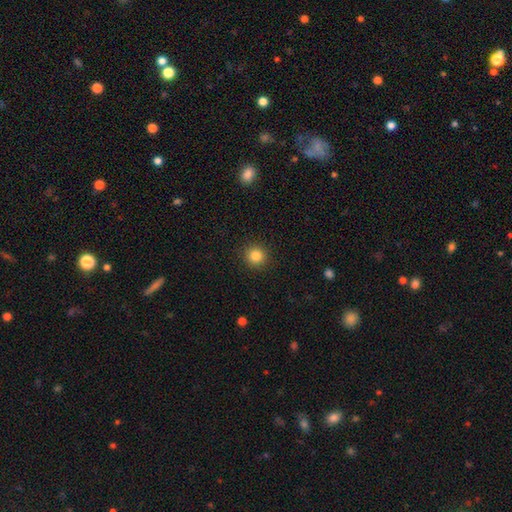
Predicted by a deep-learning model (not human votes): Smooth or featured? Predicted: smooth (p=0.84). How rounded? Predicted: round (p=0.93). Merging? Predicted: none (p=0.92).